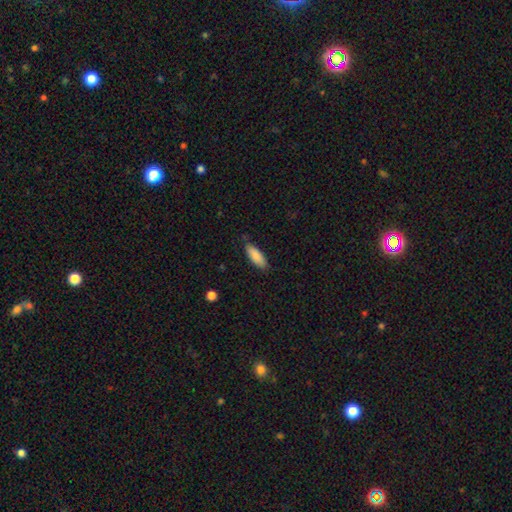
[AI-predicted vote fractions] Overall: smooth (86%). How rounded: in between (69%; cigar-shaped 30%). Merging: none (81%).